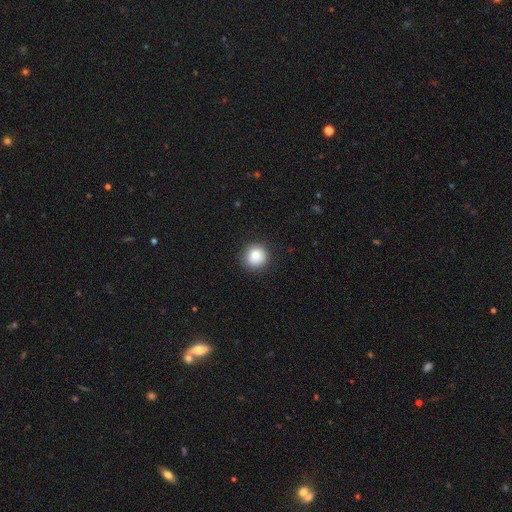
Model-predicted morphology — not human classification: smooth 84%, star or artifact 9%, featured or disk 7%. Down the decision tree: how rounded — round (94%); merging — none (88%).